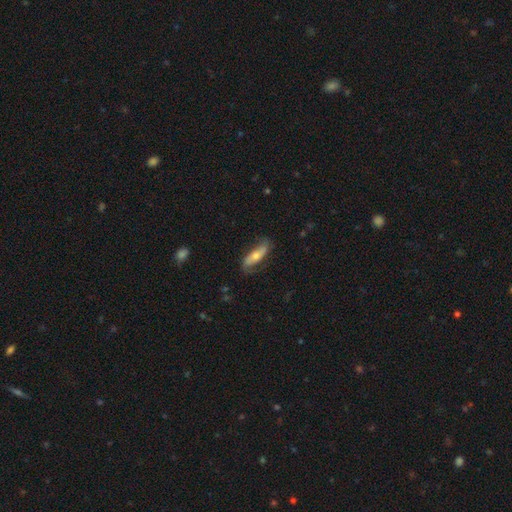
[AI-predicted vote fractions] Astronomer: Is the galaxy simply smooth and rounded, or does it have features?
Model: featured or disk — 56% (runner-up: smooth, 37%).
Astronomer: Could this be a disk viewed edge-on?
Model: no — 72%.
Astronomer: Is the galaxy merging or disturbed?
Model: none — 71%.